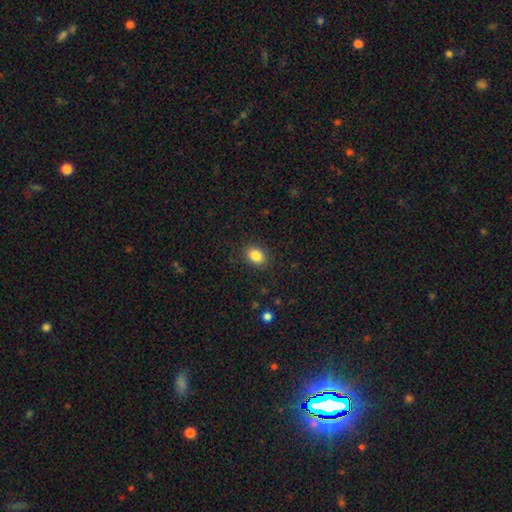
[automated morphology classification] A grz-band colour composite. It shows a smooth galaxy with no disk features (85%) that is in between round and cigar-shaped (66%). Merging: none (87%).